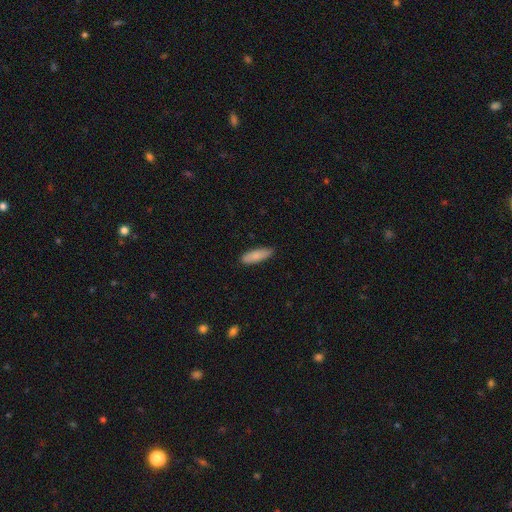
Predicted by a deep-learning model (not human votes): Overall: smooth (84%). How rounded: in between (54%; cigar-shaped 44%). Merging: none (86%).